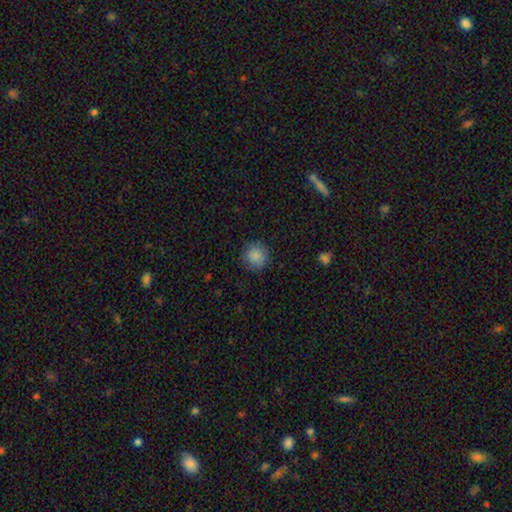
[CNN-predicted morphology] type=smooth (86%); roundness=round (91%); merging=none (83%).